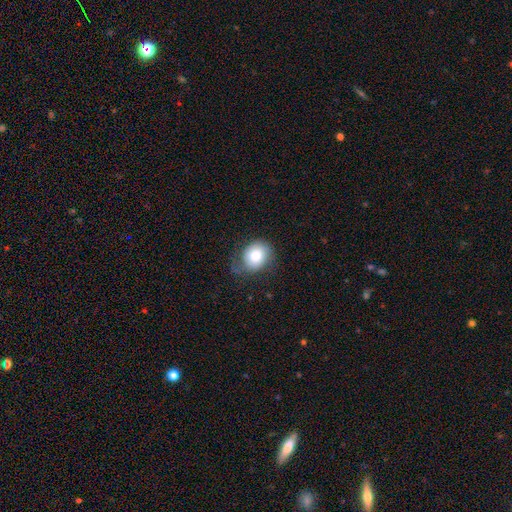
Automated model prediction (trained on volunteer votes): The model was most divided on "how rounded": round: 58%, in between: 41%, cigar-shaped: 1%. More confident: smooth or featured — smooth (75%); merging — none (54%).